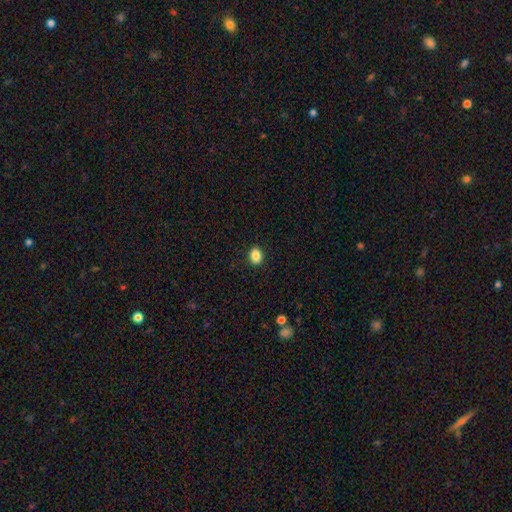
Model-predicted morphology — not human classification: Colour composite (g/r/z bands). It shows a smooth galaxy with no disk features (87%) that is in between round and cigar-shaped (64%). Merging: none (90%).